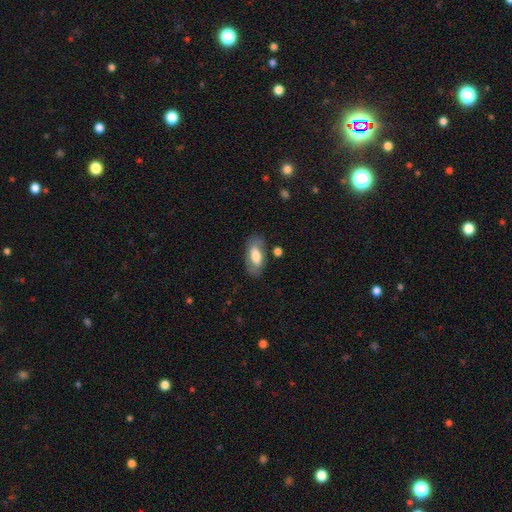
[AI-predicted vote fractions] A smooth galaxy with no disk features (60%) that is in between round and cigar-shaped (89%). Merging: none (73%).